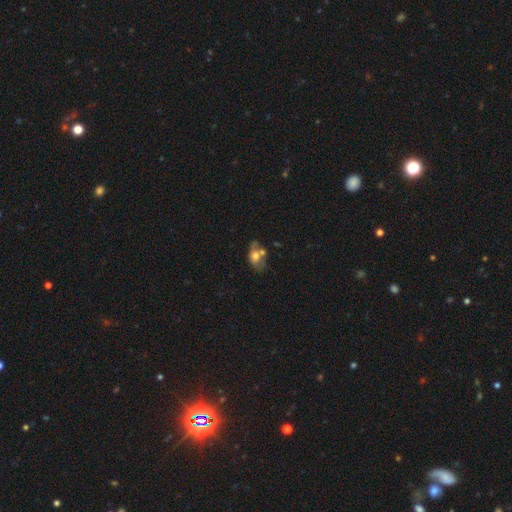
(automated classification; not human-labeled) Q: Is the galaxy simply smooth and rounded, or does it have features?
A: smooth — 55%.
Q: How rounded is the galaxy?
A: in between — 78%.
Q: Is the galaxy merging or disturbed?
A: merger — 36%.